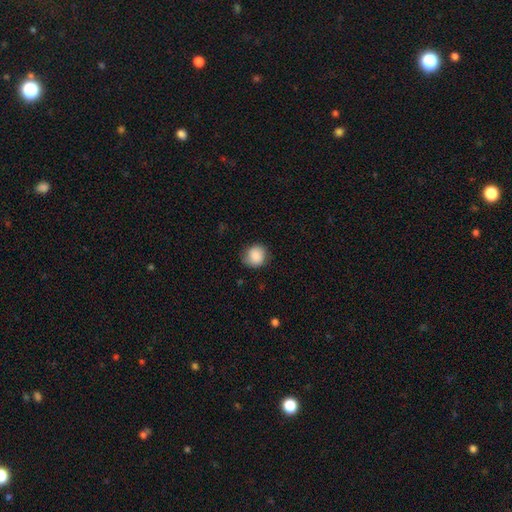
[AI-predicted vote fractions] smooth 86%, star or artifact 8%, featured or disk 6%. Down the decision tree: how rounded — round (84%); merging — none (76%).